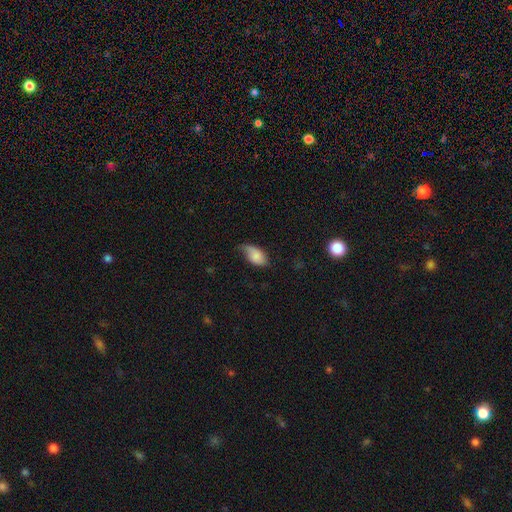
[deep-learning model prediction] smooth_or_featured: smooth (p=0.73) [alt: featured or disk p=0.19]
how_rounded: in between (p=0.93) [alt: round p=0.05]
merging: minor disturbance (p=0.42) [alt: none p=0.39]